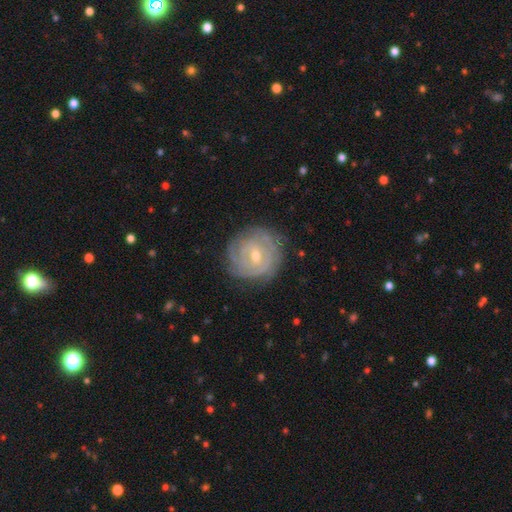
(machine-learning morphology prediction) type=featured or disk (80%); edge-on=no (97%); bar=weak (46%); spiral arms=yes (91%); winding=tight (82%); arm count=can't tell (44%); bulge=small (49%); merging=none (81%).